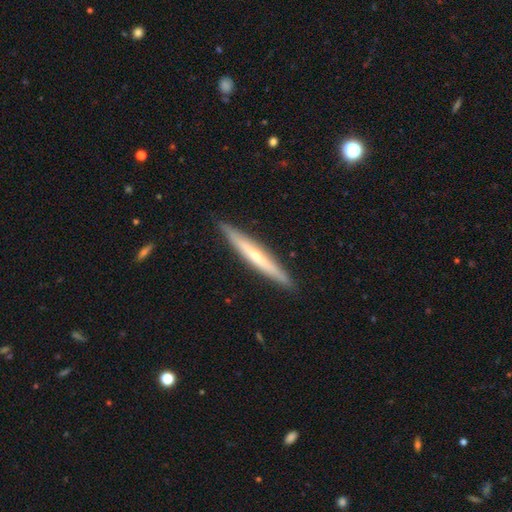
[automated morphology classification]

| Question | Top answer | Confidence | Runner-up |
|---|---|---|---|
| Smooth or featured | featured or disk | 58% | smooth (36%) |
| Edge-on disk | yes | 93% | no (7%) |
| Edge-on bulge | rounded | 58% | none (38%) |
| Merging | none | 90% | minor disturbance (7%) |